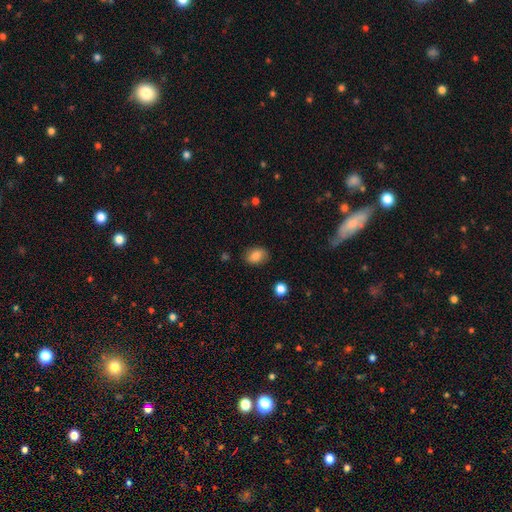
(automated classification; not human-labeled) This appears to be a smooth galaxy with no disk features (83%) that is in between round and cigar-shaped (75%). Merging: none (84%).